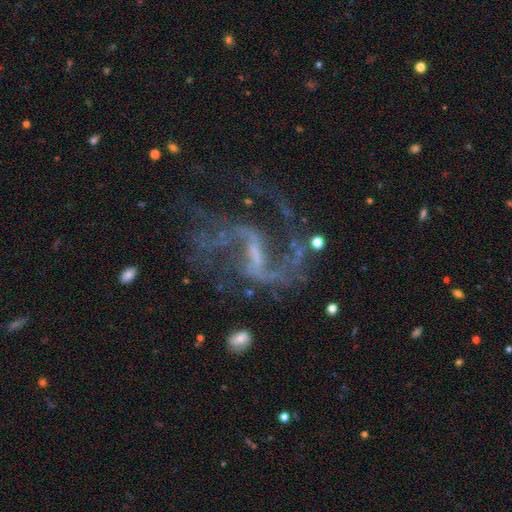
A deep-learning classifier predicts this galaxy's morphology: Smooth or featured? featured or disk (87%)
Edge-on disk? no (97%)
Bar? weak (49%)
Spiral arms? yes (94%)
Spiral winding? loose (57%)
Spiral arm count? 2 (78%)
Bulge size? small (47%)
Merging? none (49%)